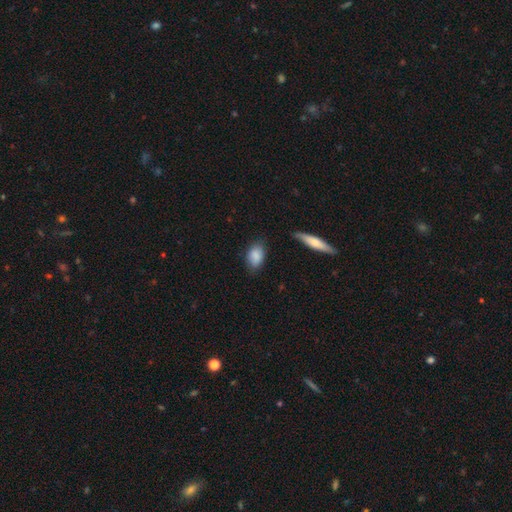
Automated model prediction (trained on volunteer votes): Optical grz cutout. It shows a smooth galaxy with no disk features (85%) that is in between round and cigar-shaped (88%). Merging: none (75%).